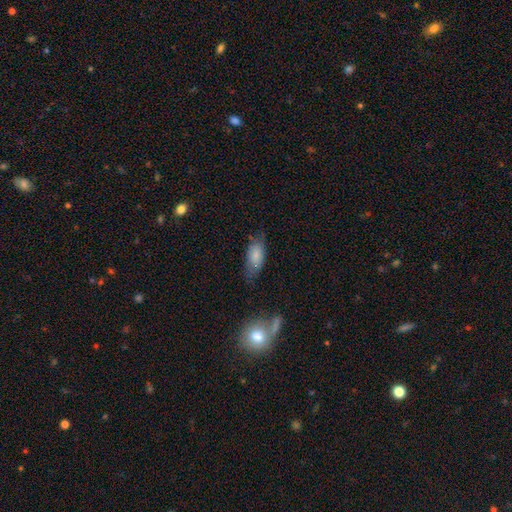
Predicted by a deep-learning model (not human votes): Q: Smooth or featured?
A: smooth (76%); runner-up: featured or disk (17%)
Q: How rounded?
A: in between (84%); runner-up: cigar-shaped (14%)
Q: Merging?
A: none (61%); runner-up: minor disturbance (27%)